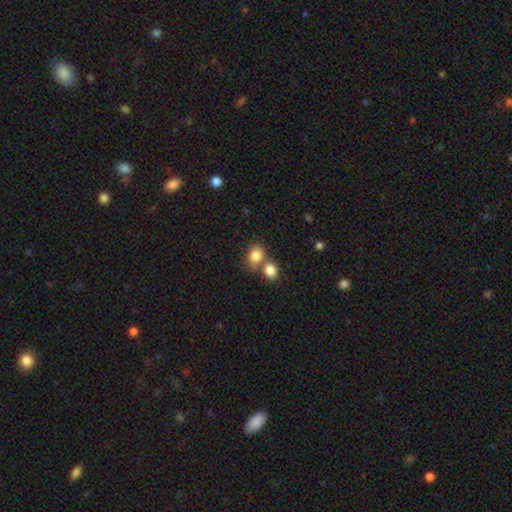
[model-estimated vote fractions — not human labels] Smooth or featured? smooth (83%)
How rounded? round (50%)
Merging? none (45%)